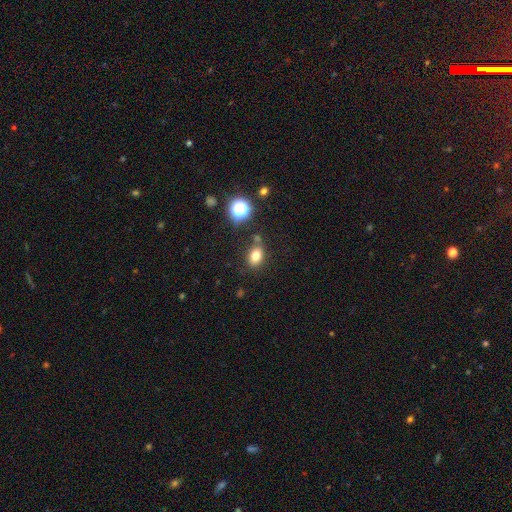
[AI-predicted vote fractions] smooth-or-featured: smooth: 77% | star or artifact: 14% | featured or disk: 9%
  how-rounded: in between: 72% | round: 26% | cigar-shaped: 1%
  merging: none: 75% | minor disturbance: 13% | merger: 8% | major disturbance: 4%